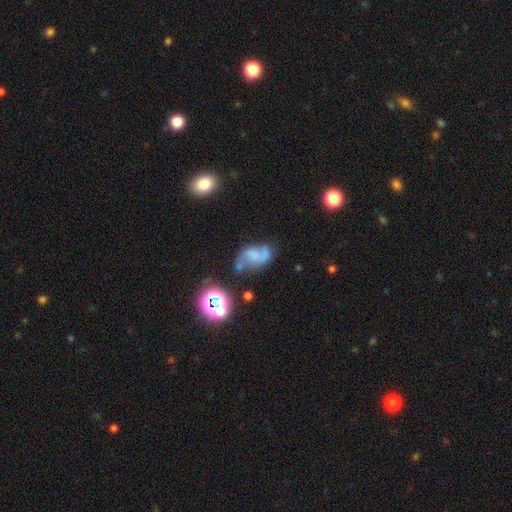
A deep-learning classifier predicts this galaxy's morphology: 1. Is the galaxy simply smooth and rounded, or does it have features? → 60% featured or disk, 24% smooth, 16% star or artifact.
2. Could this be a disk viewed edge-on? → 97% no, 3% yes.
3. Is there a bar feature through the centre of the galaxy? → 61% no, 30% weak, 9% strong.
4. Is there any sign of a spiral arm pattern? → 81% yes, 19% no.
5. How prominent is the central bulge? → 62% none, 17% small, 13% moderate, 6% large, 3% dominant.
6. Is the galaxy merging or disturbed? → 47% none, 24% minor disturbance, 17% major disturbance, 12% merger.